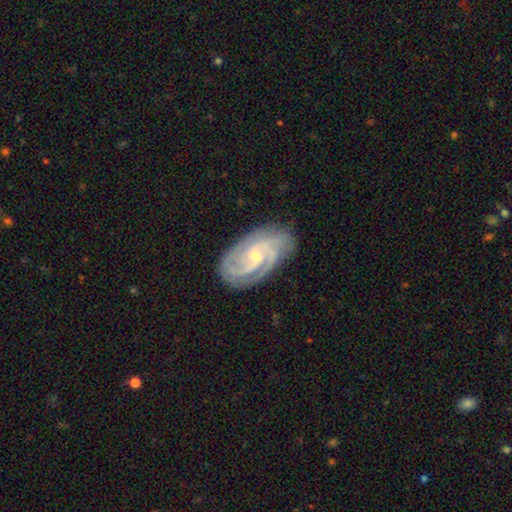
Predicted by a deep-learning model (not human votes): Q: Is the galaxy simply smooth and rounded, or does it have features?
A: featured or disk — 90%.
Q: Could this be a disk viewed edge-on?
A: no — 97%.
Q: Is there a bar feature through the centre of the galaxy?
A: no — 55%.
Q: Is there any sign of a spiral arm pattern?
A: yes — 98%.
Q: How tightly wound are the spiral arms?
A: tight — 56%.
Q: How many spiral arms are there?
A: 2 — 40%.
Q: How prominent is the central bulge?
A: small — 68%.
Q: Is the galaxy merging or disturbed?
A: none — 78%.